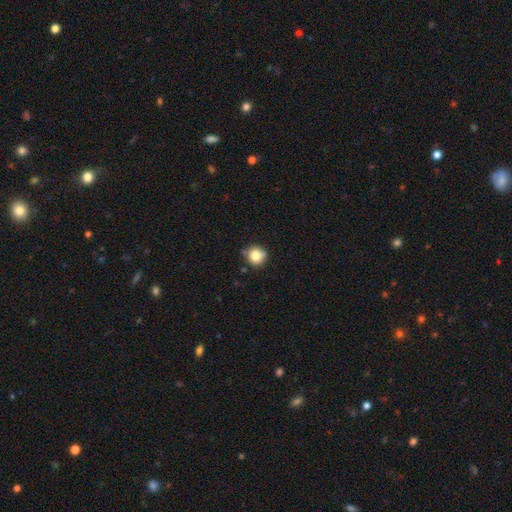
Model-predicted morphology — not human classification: Smooth or featured? smooth (82%)
How rounded? round (92%)
Merging? none (79%)